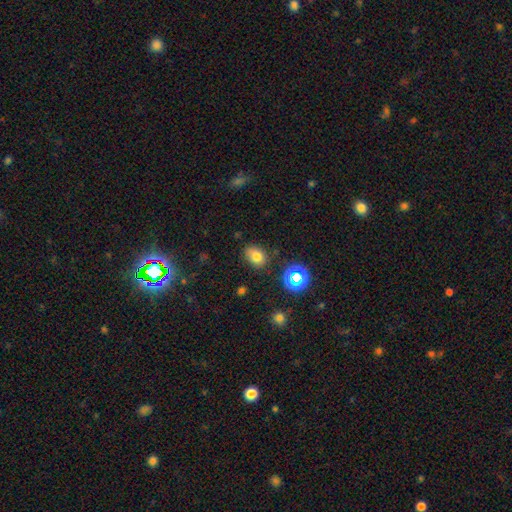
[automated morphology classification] Smooth or featured: smooth — 74% (star or artifact — 17%)
How rounded: in between — 72% (round — 27%)
Merging: none — 77% (minor disturbance — 16%)